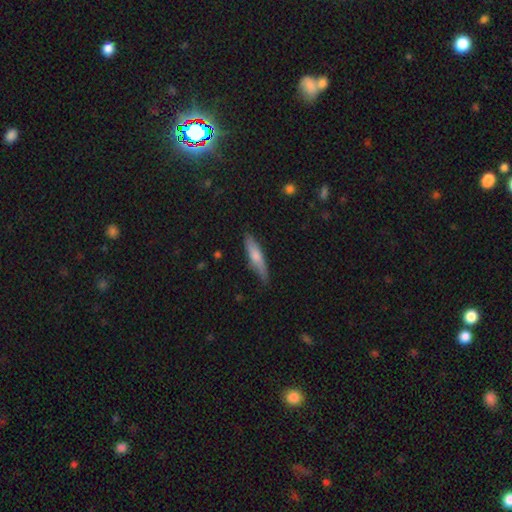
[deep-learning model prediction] This appears to be a smooth galaxy with no disk features (66%) that is cigar-shaped (79%). Merging: none (76%).